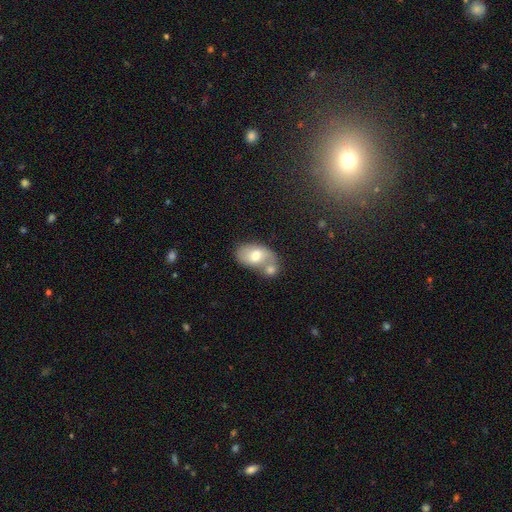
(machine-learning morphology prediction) smooth 66%, featured or disk 26%, star or artifact 7%. Down the decision tree: how rounded — in between (86%); merging — merger (51%).